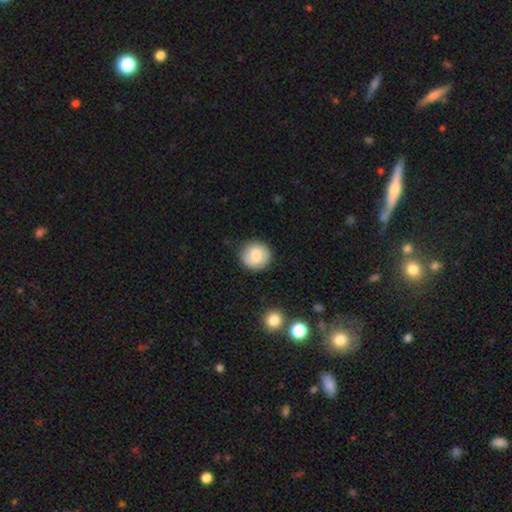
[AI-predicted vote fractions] smooth_or_featured: smooth (p=0.78) [alt: featured or disk p=0.15]
how_rounded: round (p=0.91) [alt: in between p=0.08]
merging: none (p=0.88) [alt: minor disturbance p=0.08]